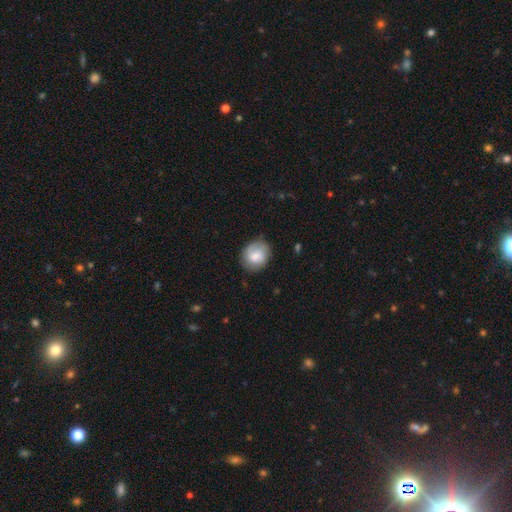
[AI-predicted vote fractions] A smooth galaxy with no disk features (71%) that is round (70%).

Vote fractions:
- Smooth or featured? smooth: 71% / featured or disk: 22% / star or artifact: 7%
- How rounded? round: 70% / in between: 29% / cigar-shaped: 1%
- Merging? none: 77% / minor disturbance: 17% / major disturbance: 4% / merger: 1%